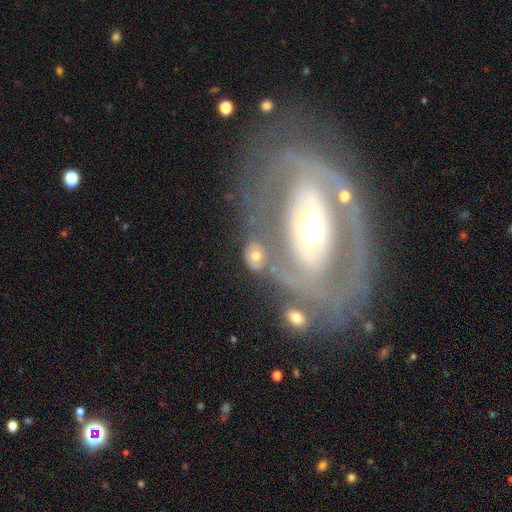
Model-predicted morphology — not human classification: smooth_or_featured: smooth (p=0.54) [alt: featured or disk p=0.35]
how_rounded: in between (p=0.54) [alt: round p=0.43]
merging: none (p=0.53) [alt: merger p=0.20]